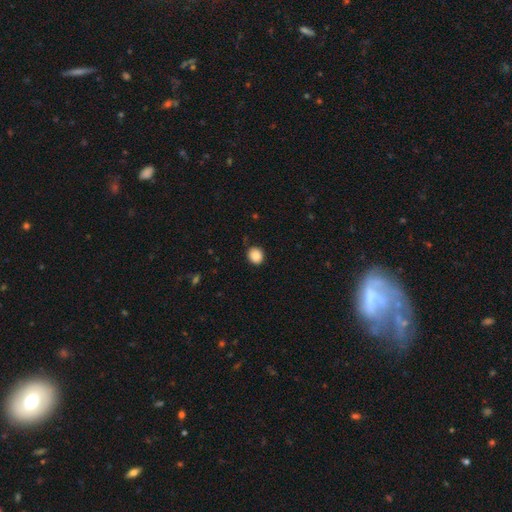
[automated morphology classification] Smooth or featured? Predicted: smooth (p=0.88). How rounded? Predicted: round (p=0.84). Merging? Predicted: none (p=0.89).